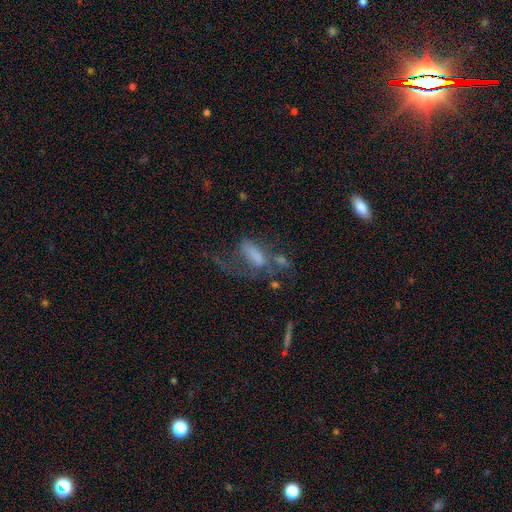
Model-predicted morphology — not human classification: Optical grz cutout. It shows a featured or disk galaxy (42%). Merging: major disturbance (47%).